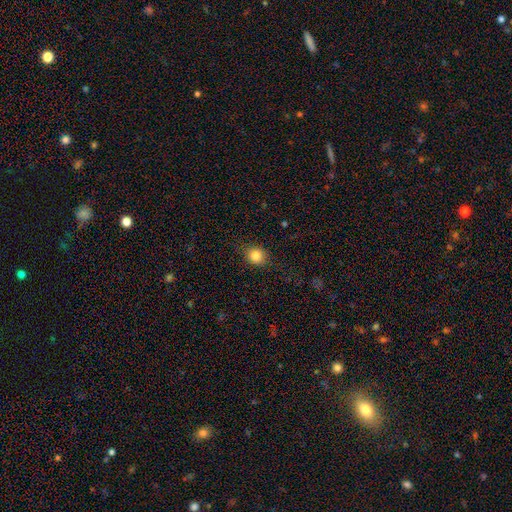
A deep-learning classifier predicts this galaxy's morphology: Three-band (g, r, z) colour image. It shows a smooth galaxy with no disk features (84%) that is round (80%). Merging: none (83%).